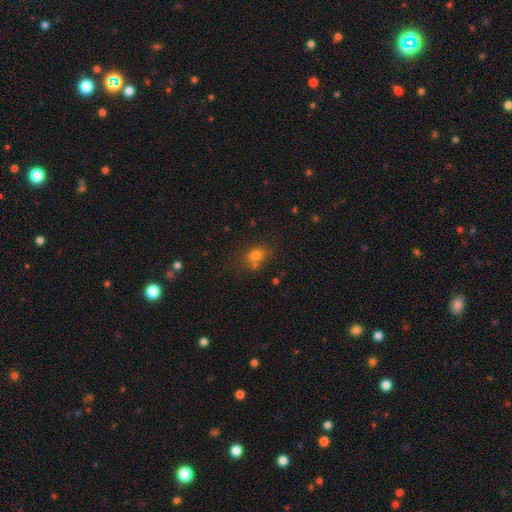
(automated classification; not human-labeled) This appears to be a smooth galaxy with no disk features (74%) that is in between round and cigar-shaped (50%). Merging: none (60%).